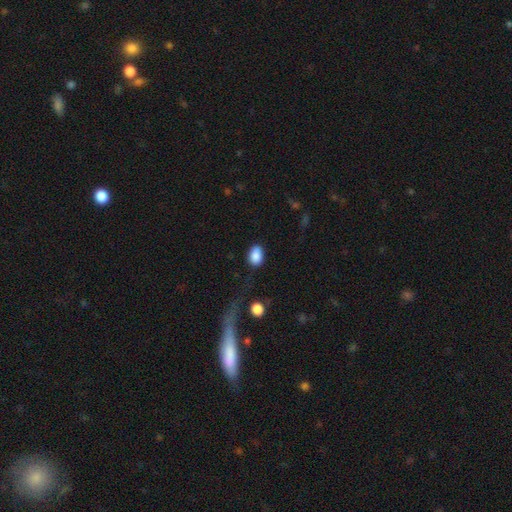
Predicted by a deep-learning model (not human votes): Q: Smooth or featured?
A: smooth (87%); runner-up: star or artifact (8%)
Q: How rounded?
A: in between (77%); runner-up: round (21%)
Q: Merging?
A: none (67%); runner-up: minor disturbance (21%)